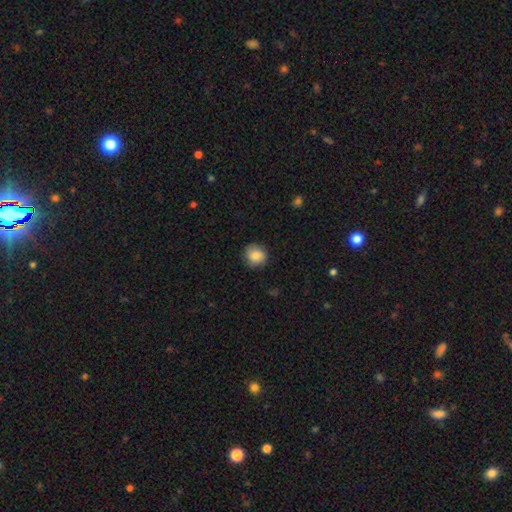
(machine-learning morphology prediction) Smooth or featured? smooth (85%)
How rounded? round (89%)
Merging? none (85%)